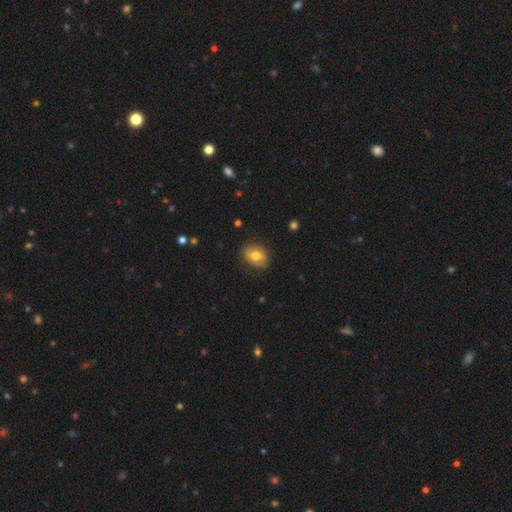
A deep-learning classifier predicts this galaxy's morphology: Smooth or featured: smooth — 72% (featured or disk — 20%)
How rounded: in between — 62% (round — 37%)
Merging: none — 79% (minor disturbance — 16%)